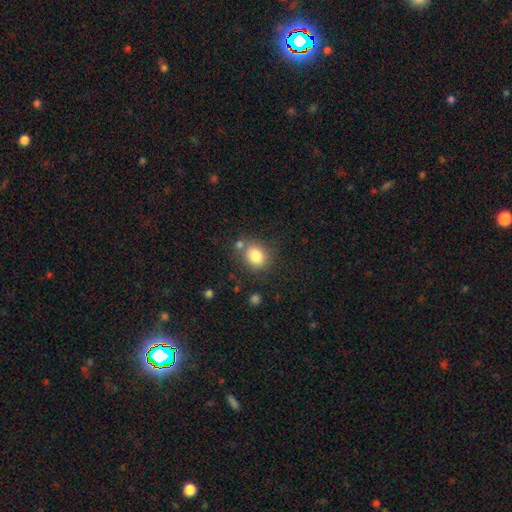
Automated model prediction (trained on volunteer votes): Smooth or featured? Predicted: smooth (p=0.82). How rounded? Predicted: round (p=0.53). Merging? Predicted: none (p=0.68).